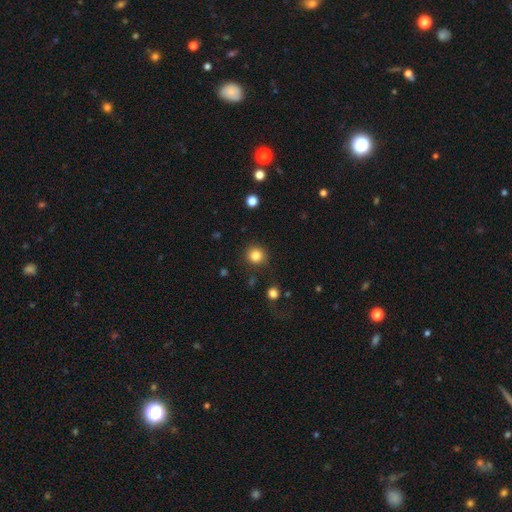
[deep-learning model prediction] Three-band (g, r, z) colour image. It shows a smooth galaxy with no disk features (84%) that is round (93%). Merging: none (88%).